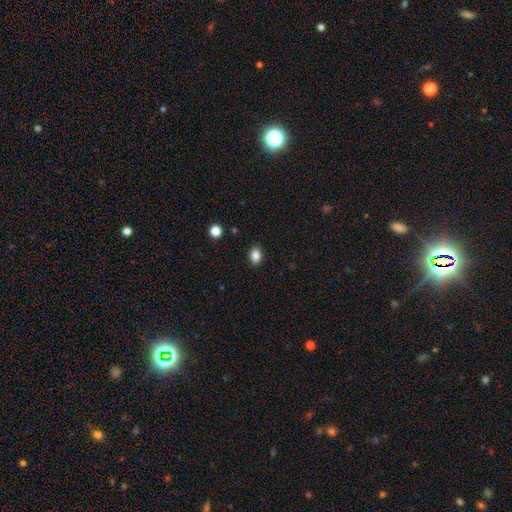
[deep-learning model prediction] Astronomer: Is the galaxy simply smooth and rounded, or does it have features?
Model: smooth — 85%.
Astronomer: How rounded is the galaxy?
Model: in between — 76%.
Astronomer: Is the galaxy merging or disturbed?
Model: none — 89%.